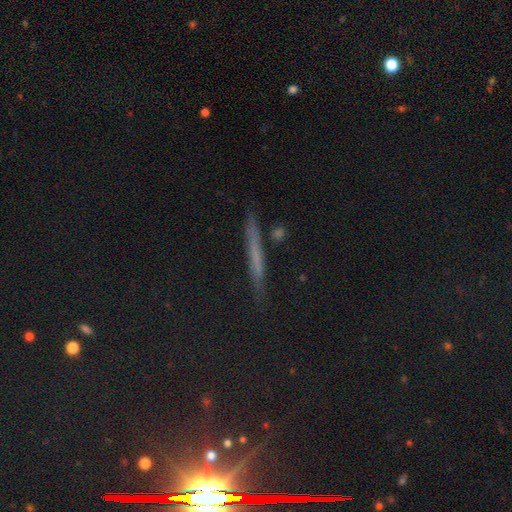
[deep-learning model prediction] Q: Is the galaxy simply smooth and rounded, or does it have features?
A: smooth — 42%.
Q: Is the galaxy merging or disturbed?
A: none — 85%.